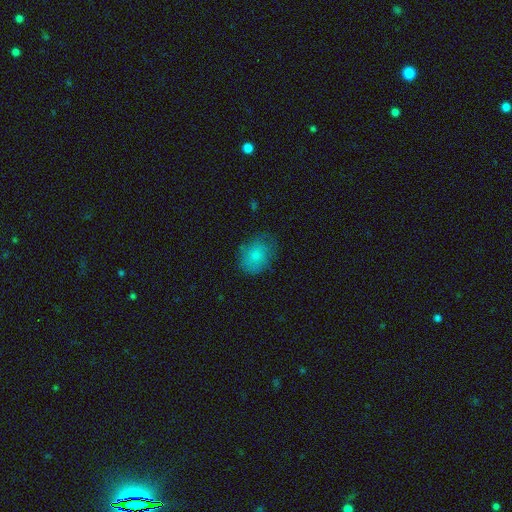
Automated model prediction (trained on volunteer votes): Q: Smooth or featured?
A: smooth (78%); runner-up: featured or disk (14%)
Q: How rounded?
A: in between (52%); runner-up: round (47%)
Q: Merging?
A: none (64%); runner-up: minor disturbance (26%)